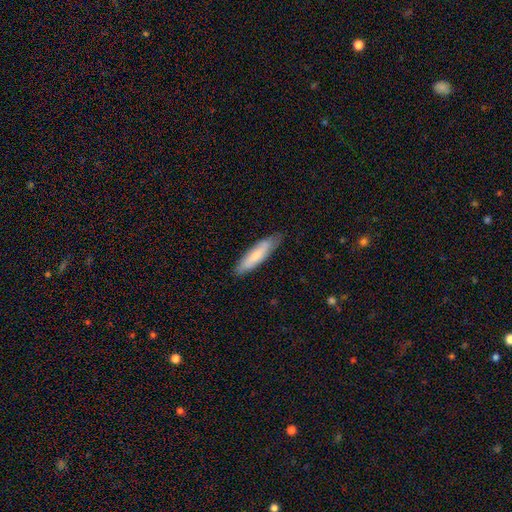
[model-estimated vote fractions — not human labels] A smooth galaxy with no disk features (68%) that is cigar-shaped (70%).

Vote fractions:
- Smooth or featured? smooth: 68% / featured or disk: 26% / star or artifact: 5%
- How rounded? cigar-shaped: 70% / in between: 28% / round: 1%
- Merging? none: 79% / minor disturbance: 17% / major disturbance: 3% / merger: 1%